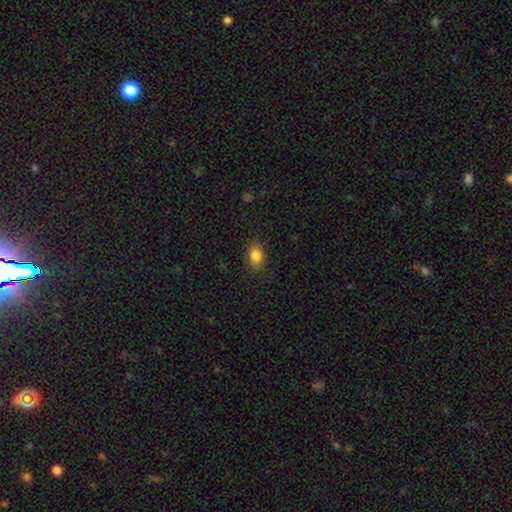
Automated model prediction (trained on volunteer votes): A smooth galaxy with no disk features (84%) that is in between round and cigar-shaped (75%).

Vote fractions:
- Smooth or featured? smooth: 84% / star or artifact: 9% / featured or disk: 6%
- How rounded? in between: 75% / round: 23% / cigar-shaped: 1%
- Merging? none: 83% / minor disturbance: 12% / major disturbance: 3% / merger: 1%